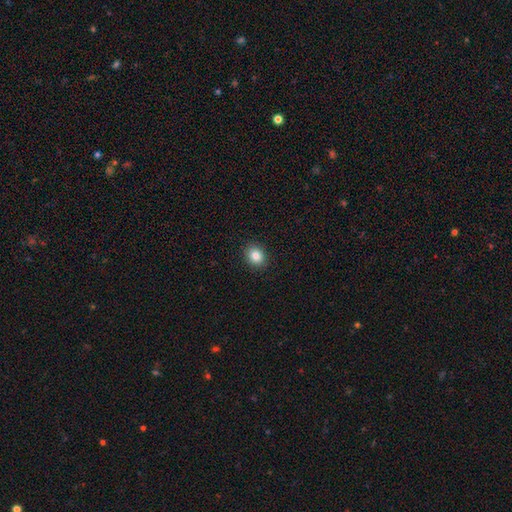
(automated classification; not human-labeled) This appears to be a smooth galaxy with no disk features (84%) that is round (65%). Merging: none (91%).